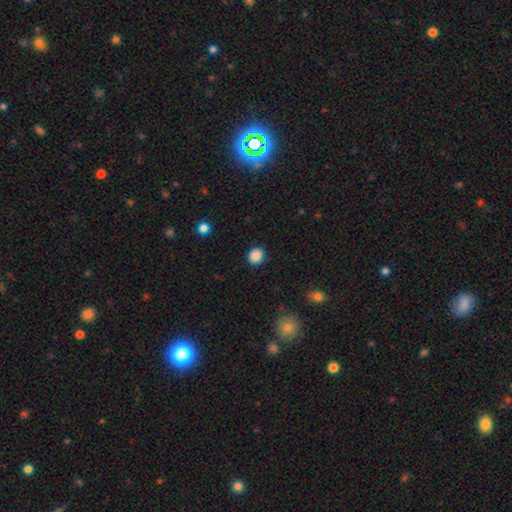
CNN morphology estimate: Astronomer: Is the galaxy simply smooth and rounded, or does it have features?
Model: smooth — 88%.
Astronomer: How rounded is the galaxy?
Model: round — 82%.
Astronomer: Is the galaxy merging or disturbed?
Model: none — 90%.